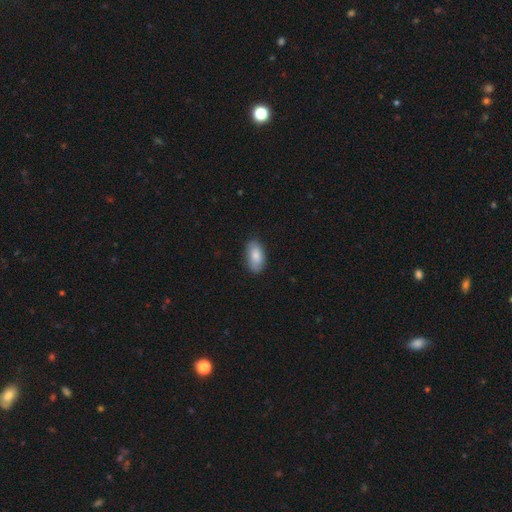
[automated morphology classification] smooth 83%, featured or disk 11%, star or artifact 6%. Down the decision tree: how rounded — in between (93%); merging — none (82%).